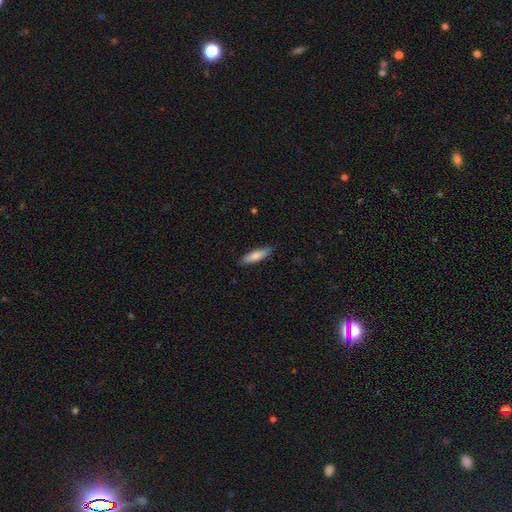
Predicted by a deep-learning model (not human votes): Morphology: type=smooth (79%); roundness=cigar-shaped (60%); merging=none (86%).